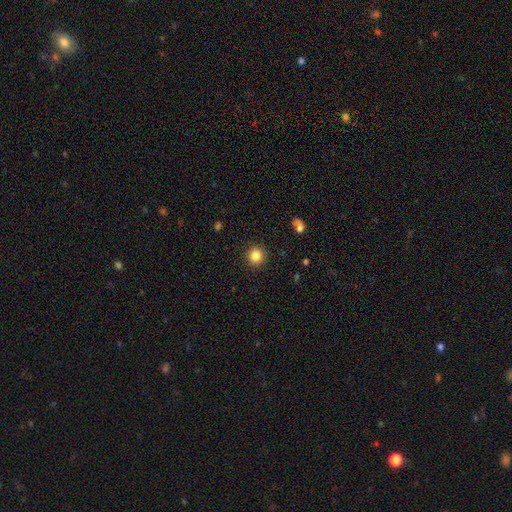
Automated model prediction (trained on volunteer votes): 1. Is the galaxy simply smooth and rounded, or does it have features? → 84% smooth, 11% star or artifact, 5% featured or disk.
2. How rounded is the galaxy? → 93% round, 6% in between, 1% cigar-shaped.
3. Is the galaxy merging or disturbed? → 92% none, 5% minor disturbance, 2% major disturbance, 1% merger.